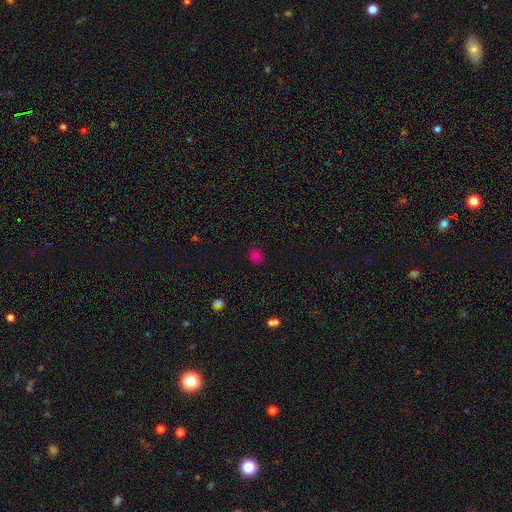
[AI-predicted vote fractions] Smooth or featured: smooth — 73% (star or artifact — 22%)
How rounded: round — 73% (in between — 26%)
Merging: none — 82% (minor disturbance — 12%)